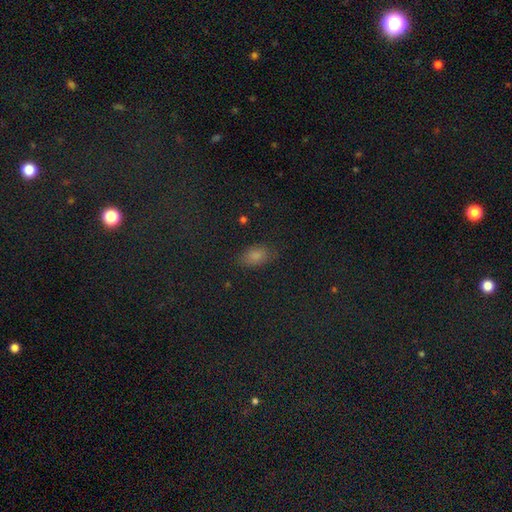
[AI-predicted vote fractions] Q: Smooth or featured?
A: smooth (76%); runner-up: star or artifact (16%)
Q: How rounded?
A: in between (90%); runner-up: round (7%)
Q: Merging?
A: none (79%); runner-up: minor disturbance (15%)